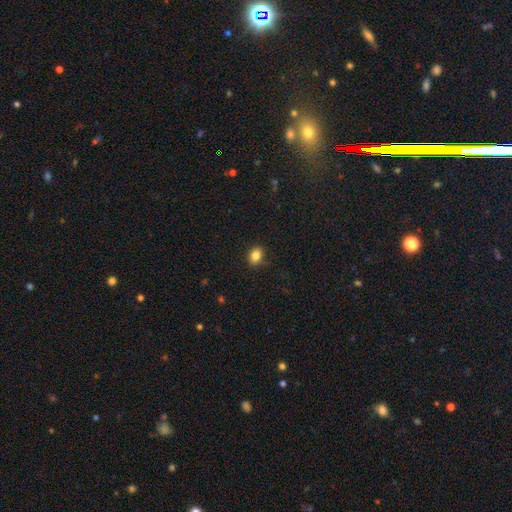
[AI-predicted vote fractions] smooth 84%, star or artifact 10%, featured or disk 6%. Down the decision tree: how rounded — in between (62%); merging — none (83%).